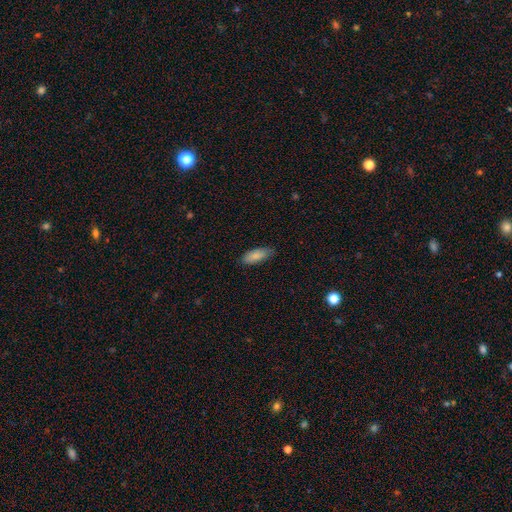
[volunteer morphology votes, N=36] Smooth or featured: smooth — 92% (star or artifact — 6%)
How rounded: in between — 85% (cigar-shaped — 15%)
Merging: none — 94% (minor disturbance — 3%)